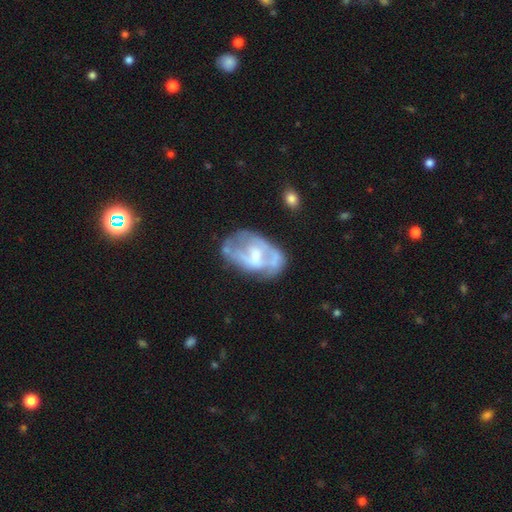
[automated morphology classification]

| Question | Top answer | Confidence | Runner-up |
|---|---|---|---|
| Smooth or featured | featured or disk | 69% | smooth (24%) |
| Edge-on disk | no | 96% | yes (4%) |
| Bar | no | 46% | weak (41%) |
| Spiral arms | yes | 51% | no (49%) |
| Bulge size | moderate | 42% | small (39%) |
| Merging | none | 48% | minor disturbance (26%) |